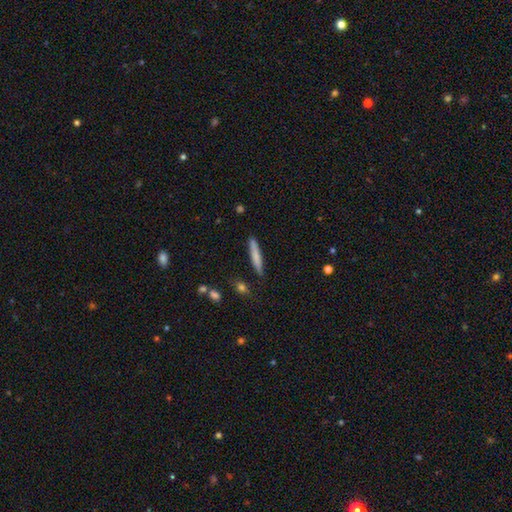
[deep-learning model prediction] The model was most divided on "smooth or featured": smooth: 74%, featured or disk: 20%, star or artifact: 6%. More confident: how rounded — cigar-shaped (93%); merging — none (86%).